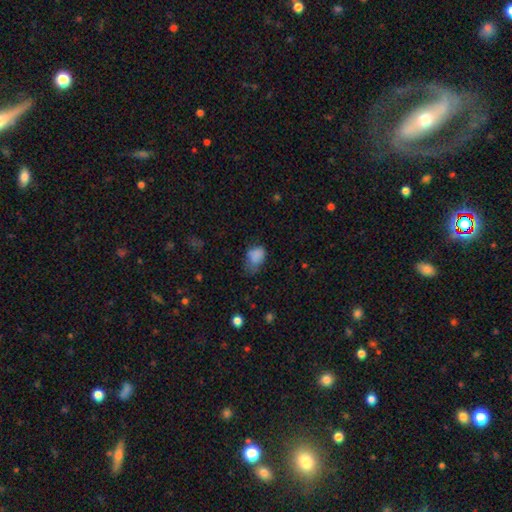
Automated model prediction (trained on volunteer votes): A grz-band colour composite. It shows a smooth galaxy with no disk features (79%) that is in between round and cigar-shaped (73%). Merging: minor disturbance (39%).